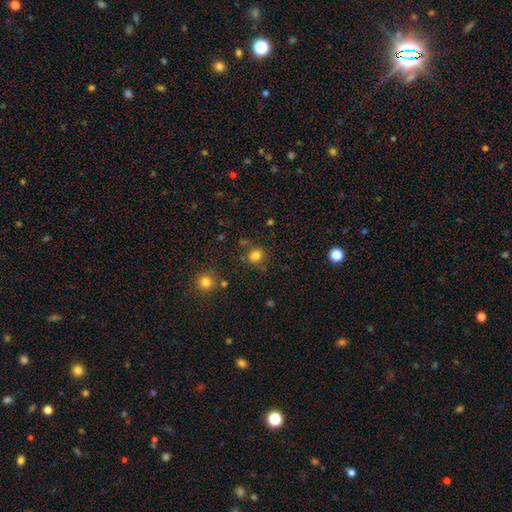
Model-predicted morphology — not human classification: Smooth or featured? smooth (79%)
How rounded? round (84%)
Merging? none (74%)